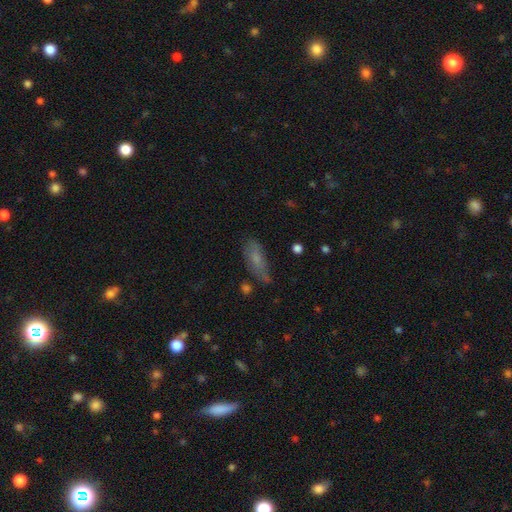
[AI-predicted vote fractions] smooth_or_featured: smooth (p=0.52) [alt: featured or disk p=0.27]
how_rounded: in between (p=0.60) [alt: cigar-shaped p=0.35]
merging: none (p=0.65) [alt: minor disturbance p=0.23]